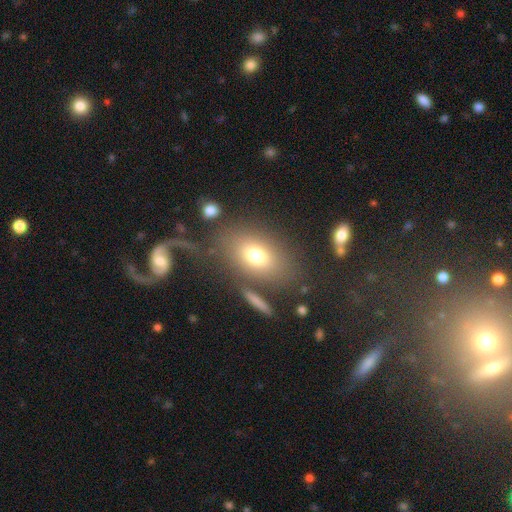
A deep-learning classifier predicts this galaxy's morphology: Smooth or featured? smooth (71%)
How rounded? in between (72%)
Merging? none (72%)